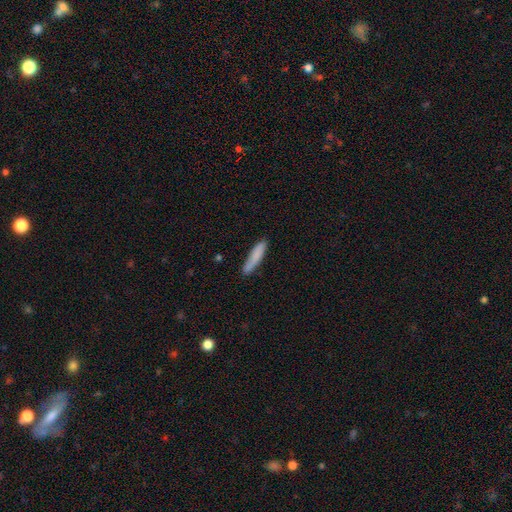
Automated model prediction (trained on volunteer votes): Smooth or featured: smooth — 81% (featured or disk — 13%)
How rounded: cigar-shaped — 86% (in between — 13%)
Merging: none — 81% (minor disturbance — 14%)